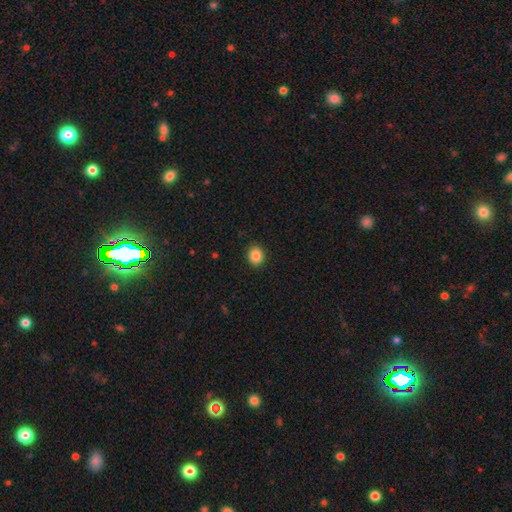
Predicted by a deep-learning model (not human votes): A smooth galaxy with no disk features (86%) that is round (67%).

Vote fractions:
- Smooth or featured? smooth: 86% / star or artifact: 10% / featured or disk: 4%
- How rounded? round: 67% / in between: 32% / cigar-shaped: 1%
- Merging? none: 91% / minor disturbance: 6% / major disturbance: 2% / merger: 1%